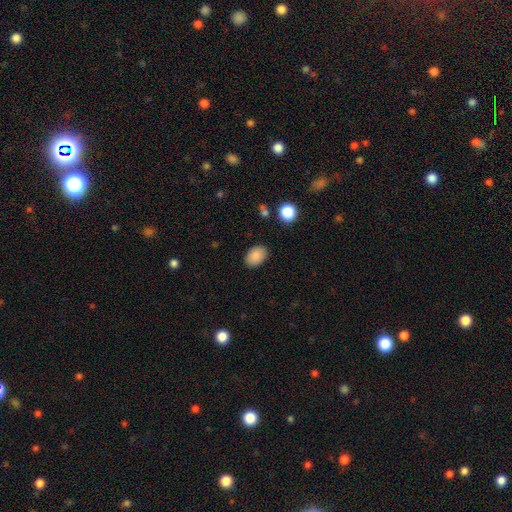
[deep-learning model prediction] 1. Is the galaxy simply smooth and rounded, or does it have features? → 87% smooth, 8% star or artifact, 5% featured or disk.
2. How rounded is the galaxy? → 82% in between, 17% round, 1% cigar-shaped.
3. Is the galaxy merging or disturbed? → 87% none, 9% minor disturbance, 2% major disturbance, 1% merger.